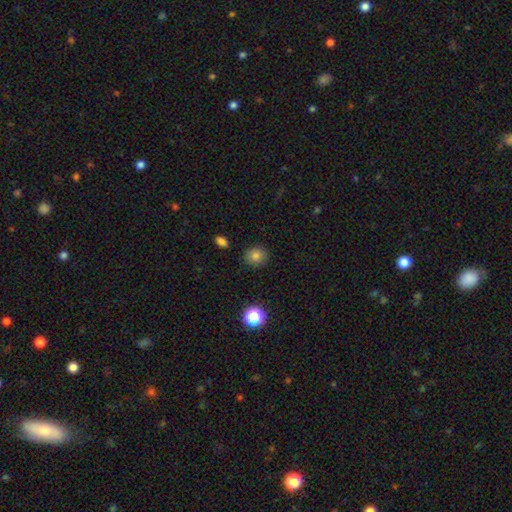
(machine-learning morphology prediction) Smooth or featured? Predicted: smooth (p=0.80). How rounded? Predicted: round (p=0.81). Merging? Predicted: none (p=0.88).